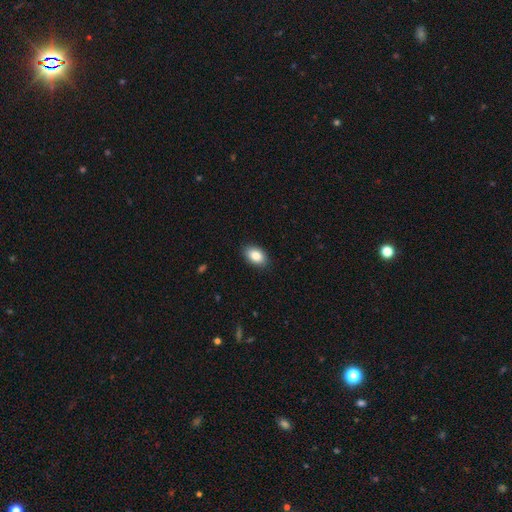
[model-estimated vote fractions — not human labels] smooth-or-featured: smooth: 85% | featured or disk: 7% | star or artifact: 7%
  how-rounded: in between: 90% | round: 9% | cigar-shaped: 1%
  merging: none: 89% | minor disturbance: 9% | major disturbance: 2% | merger: 1%